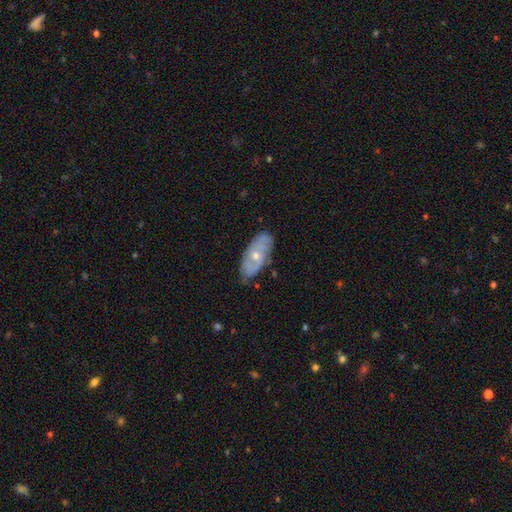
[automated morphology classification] Overall: featured or disk (65%; smooth 29%). Edge-on disk: no (87%). Bar: no (80%). Spiral arms: yes (68%; no 32%). Bulge size: moderate (49%; small 48%). Merging: none (76%).